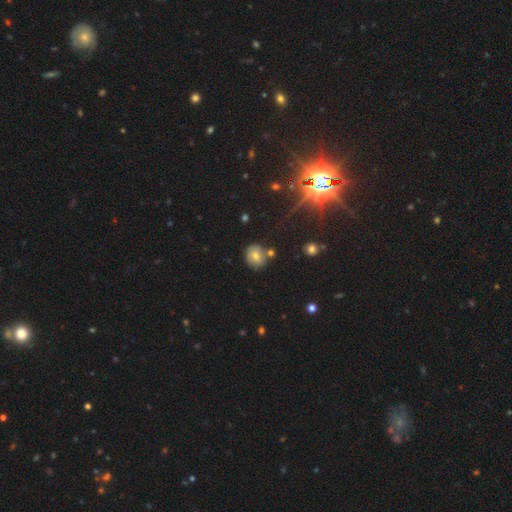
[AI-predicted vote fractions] Smooth or featured?
  - smooth: 62% *
  - featured or disk: 23%
  - star or artifact: 15%
How rounded?
  - round: 76% *
  - in between: 22%
  - cigar-shaped: 1%
Merging?
  - none: 68% *
  - minor disturbance: 15%
  - merger: 12%
  - major disturbance: 4%